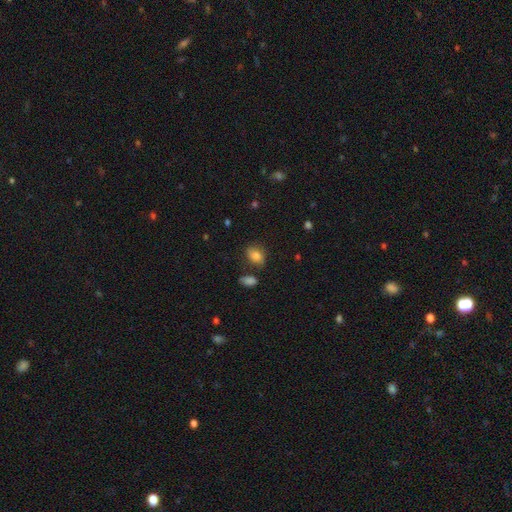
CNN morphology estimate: A smooth galaxy with no disk features (81%) that is in between round and cigar-shaped (77%).

Vote fractions:
- Smooth or featured? smooth: 81% / star or artifact: 10% / featured or disk: 9%
- How rounded? in between: 77% / round: 21% / cigar-shaped: 2%
- Merging? none: 68% / minor disturbance: 19% / merger: 7% / major disturbance: 6%